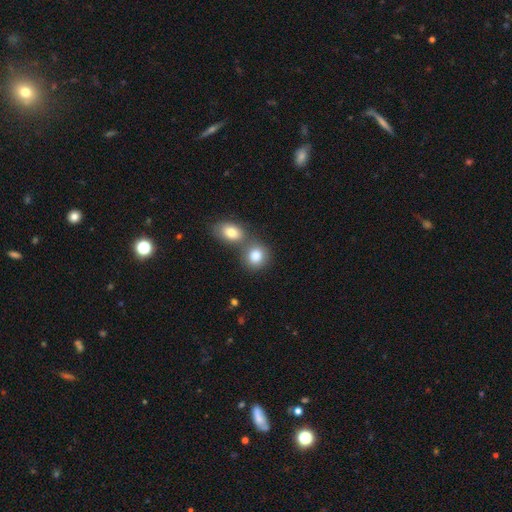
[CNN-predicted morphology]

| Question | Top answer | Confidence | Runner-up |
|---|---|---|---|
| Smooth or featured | smooth | 83% | featured or disk (9%) |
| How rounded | round | 68% | in between (30%) |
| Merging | merger | 44% | none (42%) |